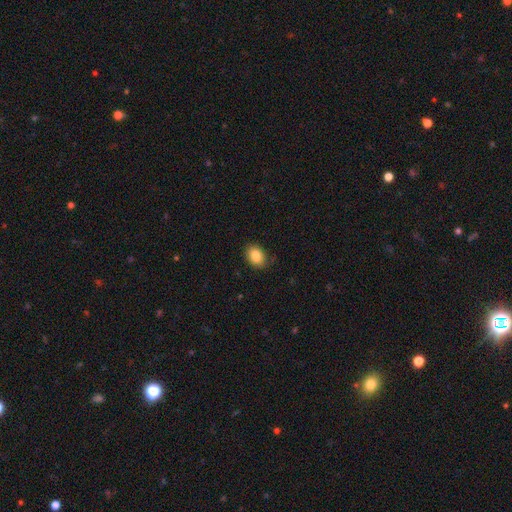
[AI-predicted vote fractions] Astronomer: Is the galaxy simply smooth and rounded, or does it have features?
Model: smooth — 85%.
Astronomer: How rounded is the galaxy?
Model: in between — 73%.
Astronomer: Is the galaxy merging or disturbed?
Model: none — 83%.